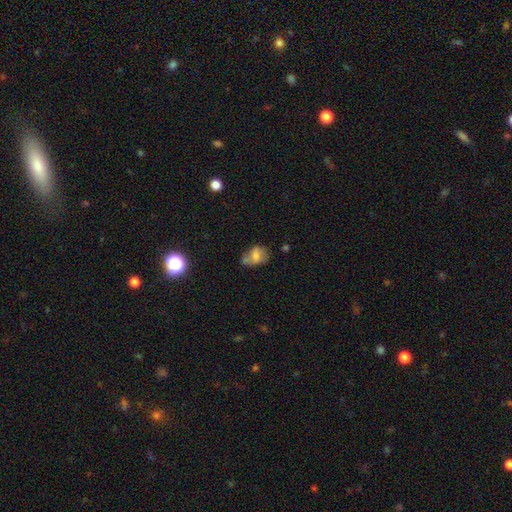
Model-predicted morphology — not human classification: Q: Smooth or featured?
A: smooth (62%); runner-up: featured or disk (26%)
Q: How rounded?
A: in between (71%); runner-up: round (28%)
Q: Merging?
A: none (40%); runner-up: minor disturbance (28%)